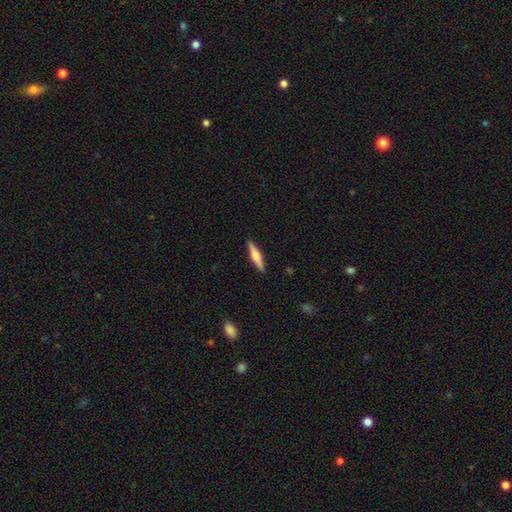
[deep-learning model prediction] This is possibly a featured or disk galaxy (56%). It is clearly viewed edge-on (97%). Edge-on bulge: clearly rounded (86%). Merging: clearly none (91%).